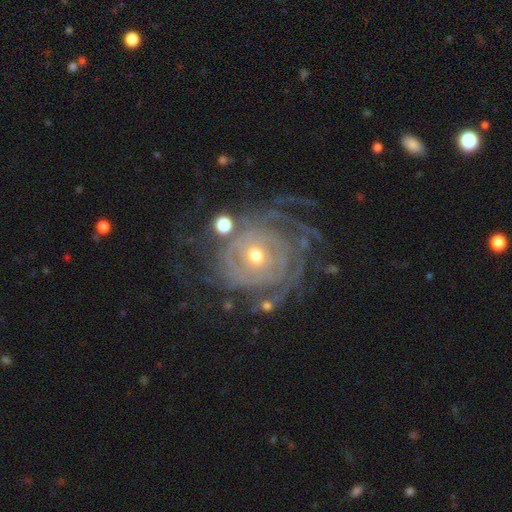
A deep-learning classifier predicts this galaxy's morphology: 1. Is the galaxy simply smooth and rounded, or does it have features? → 88% featured or disk, 6% star or artifact, 6% smooth.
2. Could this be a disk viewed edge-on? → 97% no, 3% yes.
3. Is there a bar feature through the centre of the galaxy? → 73% no, 19% weak, 8% strong.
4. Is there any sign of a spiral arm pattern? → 95% yes, 5% no.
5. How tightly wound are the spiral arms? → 77% tight, 18% medium, 6% loose.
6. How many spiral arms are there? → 33% can't tell, 17% 3, 17% 4, 14% more than 4, 13% 2, 7% 1.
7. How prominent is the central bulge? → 51% moderate, 45% small, 2% large, 1% none, 1% dominant.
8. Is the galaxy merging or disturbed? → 62% none, 18% minor disturbance, 16% major disturbance, 4% merger.